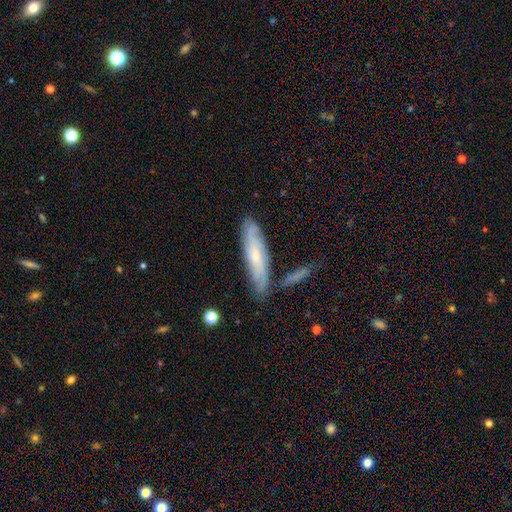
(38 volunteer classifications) Morphology: type=featured or disk (61%); edge-on=no (78%); bar=no (89%); spiral arms=yes (78%); winding=tight (50%); arm count=can't tell (43%); bulge=small (72%); merging=none (72%).